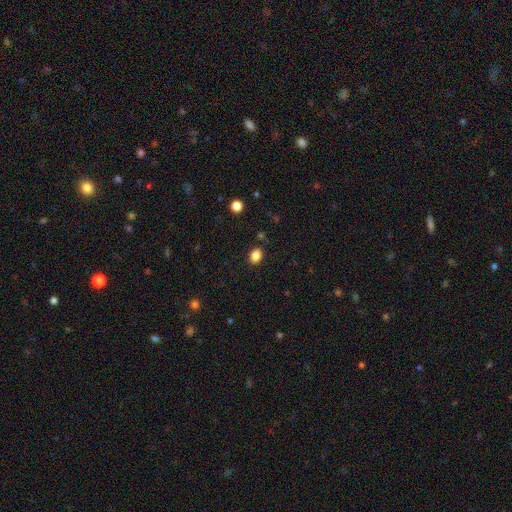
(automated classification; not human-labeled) Smooth or featured?
  - smooth: 86% *
  - star or artifact: 10%
  - featured or disk: 4%
How rounded?
  - in between: 68% *
  - round: 31%
  - cigar-shaped: 1%
Merging?
  - none: 87% *
  - minor disturbance: 9%
  - major disturbance: 2%
  - merger: 2%